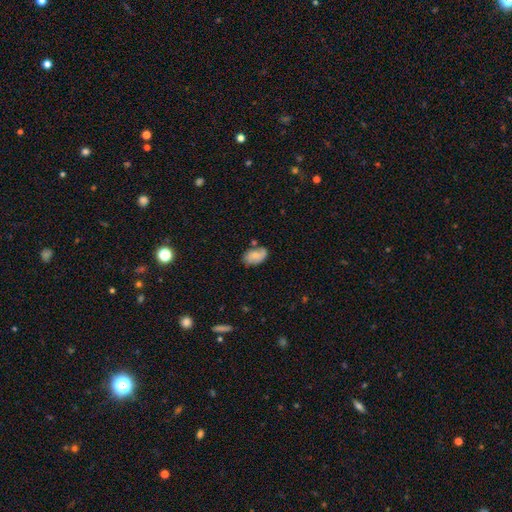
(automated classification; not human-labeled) Smooth or featured? smooth (64%)
How rounded? in between (91%)
Merging? none (58%)